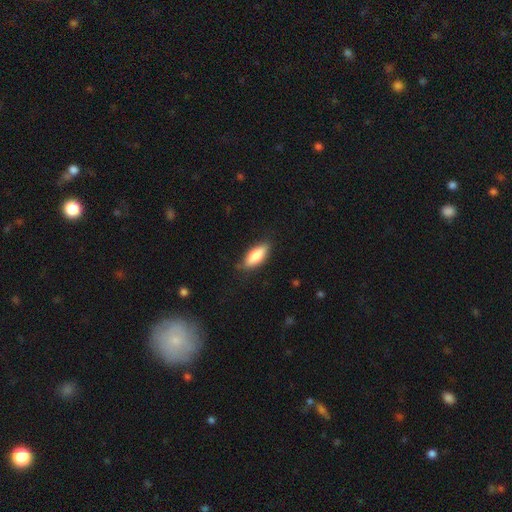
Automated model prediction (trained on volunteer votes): This appears to be a smooth galaxy with no disk features (81%) that is in between round and cigar-shaped (74%). Merging: none (82%).